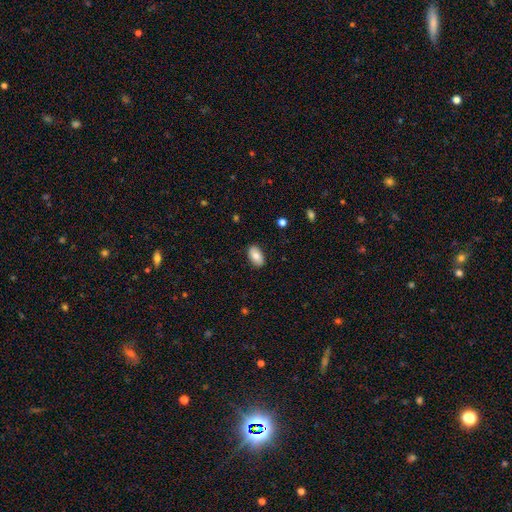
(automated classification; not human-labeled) Q: Smooth or featured?
A: smooth (81%); runner-up: featured or disk (12%)
Q: How rounded?
A: in between (94%); runner-up: round (4%)
Q: Merging?
A: none (88%); runner-up: minor disturbance (9%)